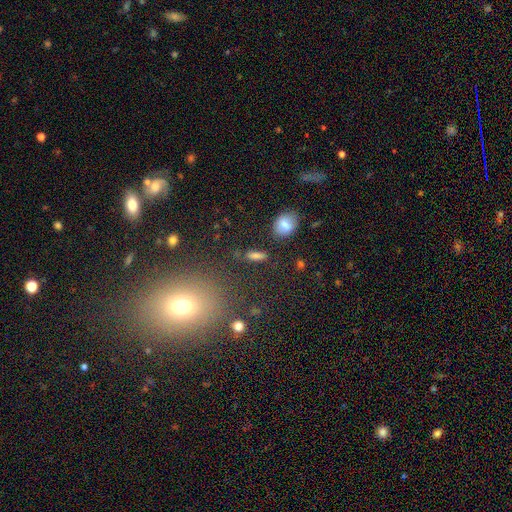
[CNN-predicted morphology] Smooth or featured? smooth (64%)
How rounded? in between (66%)
Merging? none (80%)